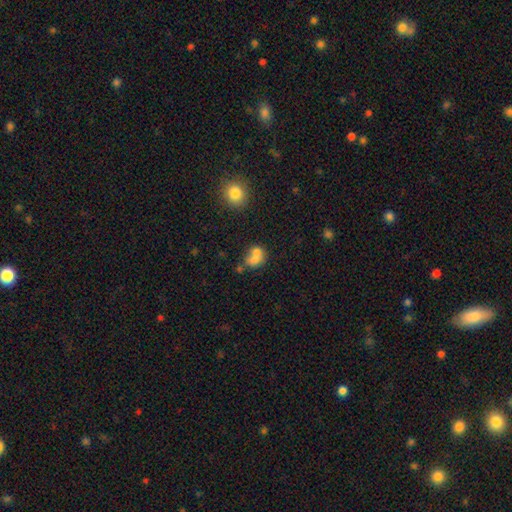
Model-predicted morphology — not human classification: Q: Smooth or featured?
A: smooth (71%); runner-up: featured or disk (17%)
Q: How rounded?
A: round (51%); runner-up: in between (47%)
Q: Merging?
A: merger (59%); runner-up: none (25%)